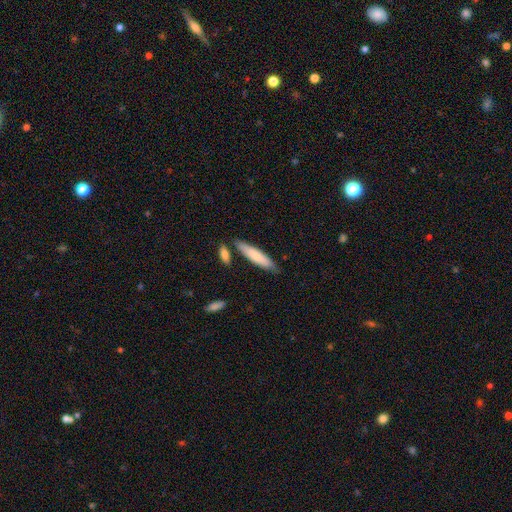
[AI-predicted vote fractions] This appears to be a smooth galaxy with no disk features (76%) that is cigar-shaped (80%). Merging: none (76%).